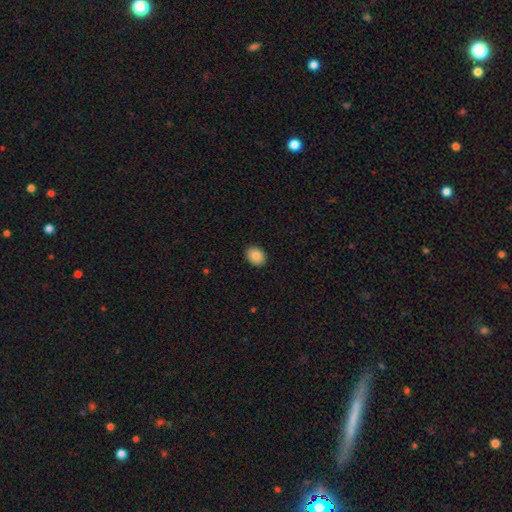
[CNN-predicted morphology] Smooth or featured: smooth — 88% (star or artifact — 8%)
How rounded: in between — 62% (round — 37%)
Merging: none — 90% (minor disturbance — 7%)